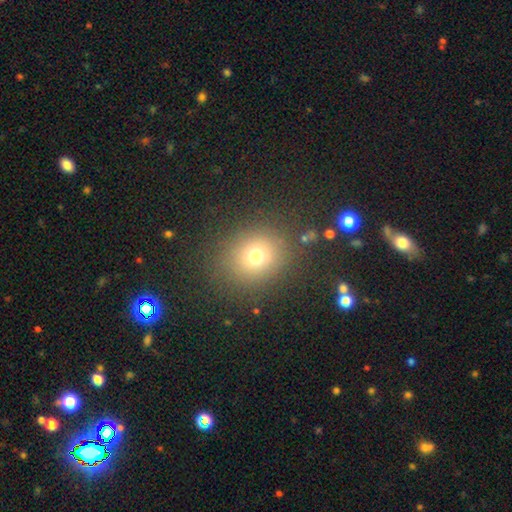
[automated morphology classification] Smooth or featured? Predicted: smooth (p=0.70). How rounded? Predicted: round (p=0.77). Merging? Predicted: none (p=0.83).